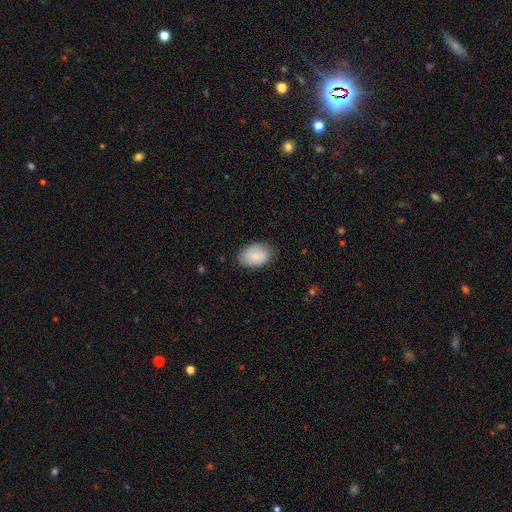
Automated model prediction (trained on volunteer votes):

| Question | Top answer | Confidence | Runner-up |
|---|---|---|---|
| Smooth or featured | smooth | 83% | featured or disk (11%) |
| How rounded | in between | 87% | round (12%) |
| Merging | none | 76% | minor disturbance (20%) |